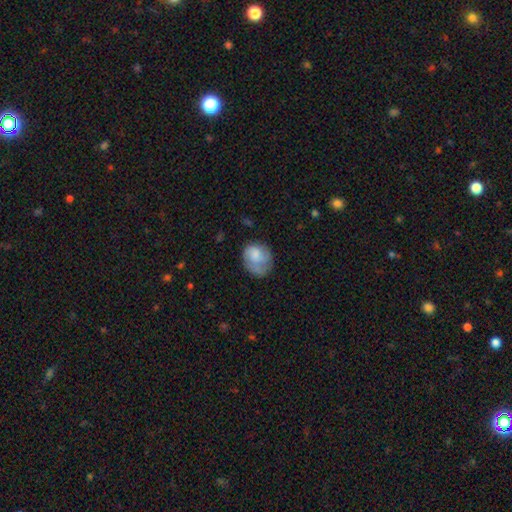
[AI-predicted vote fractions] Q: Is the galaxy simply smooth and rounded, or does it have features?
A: smooth — 66%.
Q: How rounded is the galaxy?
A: round — 59%.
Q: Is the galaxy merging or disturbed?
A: none — 51%.